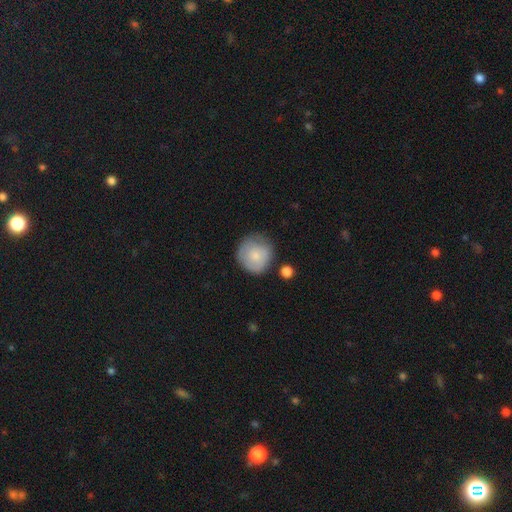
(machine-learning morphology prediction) Smooth or featured: smooth — 76% (featured or disk — 17%)
How rounded: round — 91% (in between — 8%)
Merging: none — 69% (minor disturbance — 21%)